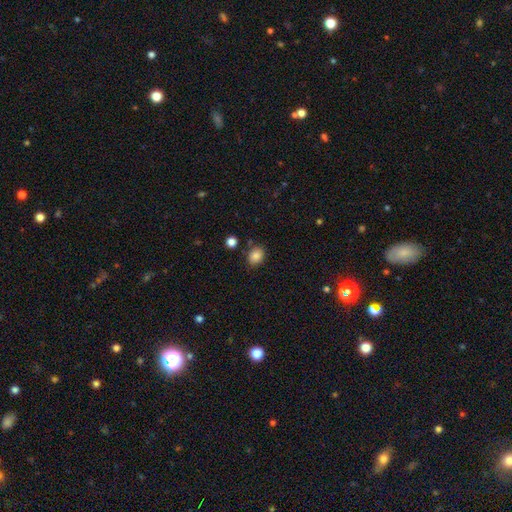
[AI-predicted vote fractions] A smooth galaxy with no disk features (85%) that is in between round and cigar-shaped (51%). Merging: none (81%).